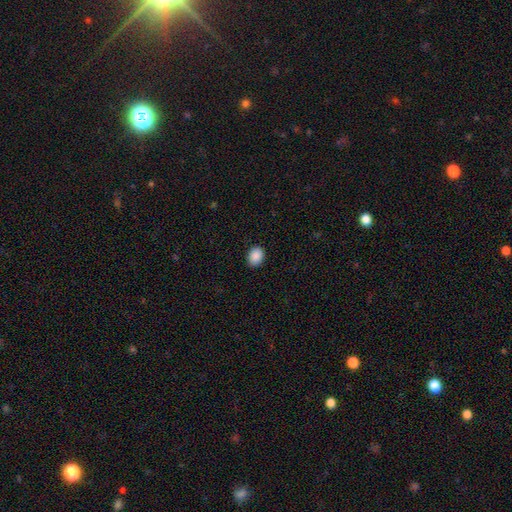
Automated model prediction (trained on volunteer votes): Smooth or featured? Predicted: smooth (p=0.89). How rounded? Predicted: in between (p=0.64). Merging? Predicted: none (p=0.89).